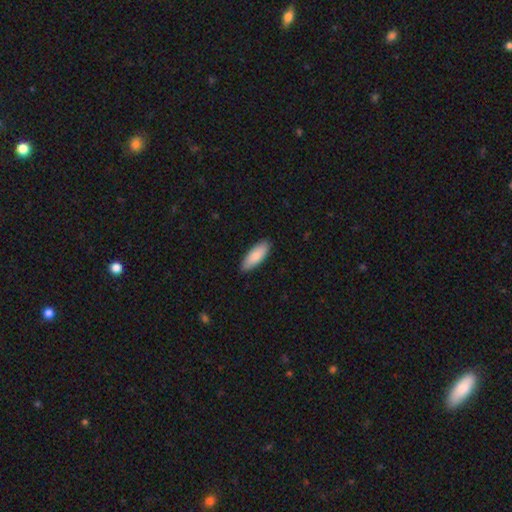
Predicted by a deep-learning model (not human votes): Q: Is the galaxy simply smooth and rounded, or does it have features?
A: smooth — 87%.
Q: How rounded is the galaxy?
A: in between — 74%.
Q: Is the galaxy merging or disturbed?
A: none — 88%.